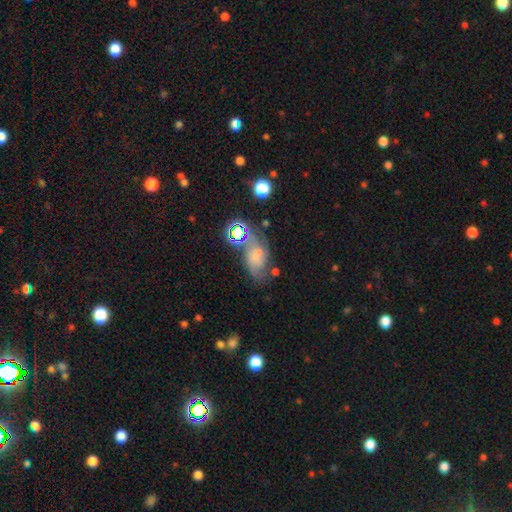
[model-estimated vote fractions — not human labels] The model was most divided on "smooth or featured": featured or disk: 42%, smooth: 39%, star or artifact: 18%. Remaining: merging — none (39%).